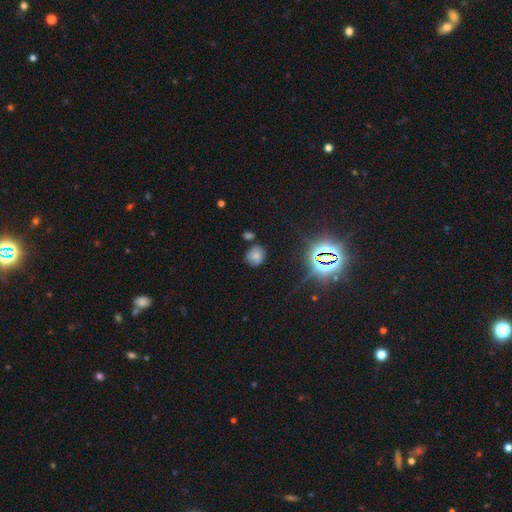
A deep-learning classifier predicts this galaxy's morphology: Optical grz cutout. It shows a smooth galaxy with no disk features (67%) that is round (76%). Merging: none (72%).